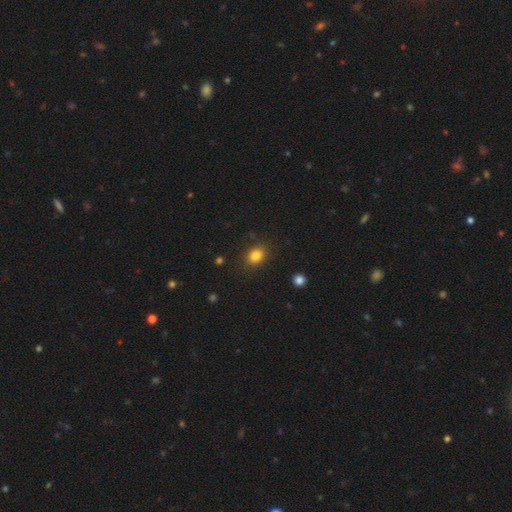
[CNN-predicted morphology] Q: Smooth or featured?
A: smooth (84%); runner-up: star or artifact (11%)
Q: How rounded?
A: round (50%); runner-up: in between (49%)
Q: Merging?
A: none (85%); runner-up: minor disturbance (10%)